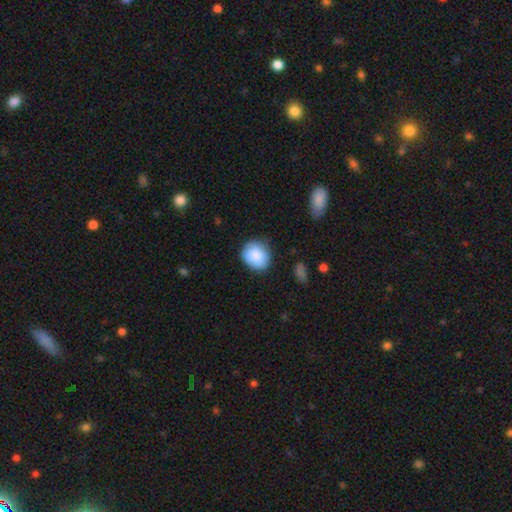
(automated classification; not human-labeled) Smooth or featured? Predicted: smooth (p=0.86). How rounded? Predicted: round (p=0.72). Merging? Predicted: none (p=0.76).